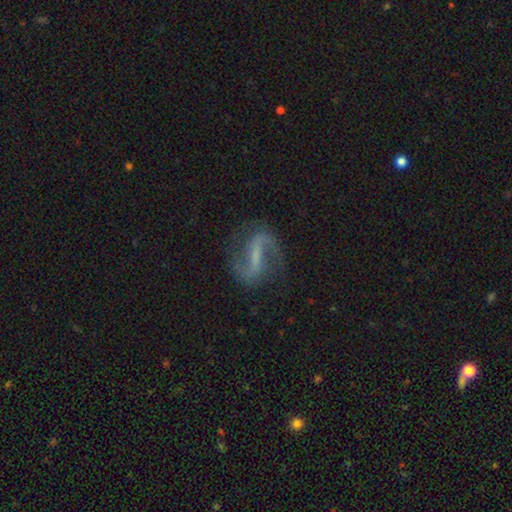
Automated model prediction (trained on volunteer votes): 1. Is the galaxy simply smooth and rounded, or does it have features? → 88% featured or disk, 6% star or artifact, 6% smooth.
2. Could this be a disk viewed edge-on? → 97% no, 3% yes.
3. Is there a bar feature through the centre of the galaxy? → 52% strong, 35% weak, 13% no.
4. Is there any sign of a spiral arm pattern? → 96% yes, 4% no.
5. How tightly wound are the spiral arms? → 50% loose, 41% medium, 10% tight.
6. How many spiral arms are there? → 93% 2, 2% 1, 2% can't tell, 1% 3, 1% 4, 1% more than 4.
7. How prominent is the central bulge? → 43% small, 40% none, 14% moderate, 2% large, 1% dominant.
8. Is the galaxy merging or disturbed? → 81% none, 12% minor disturbance, 6% major disturbance, 2% merger.